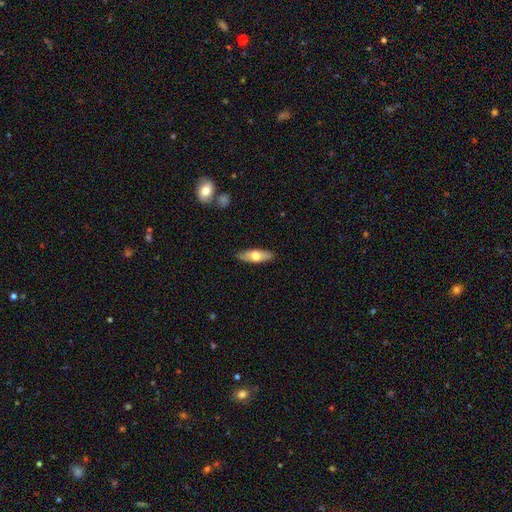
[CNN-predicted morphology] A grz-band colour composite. It shows a smooth galaxy with no disk features (60%) that is in between round and cigar-shaped (57%). Merging: none (87%).